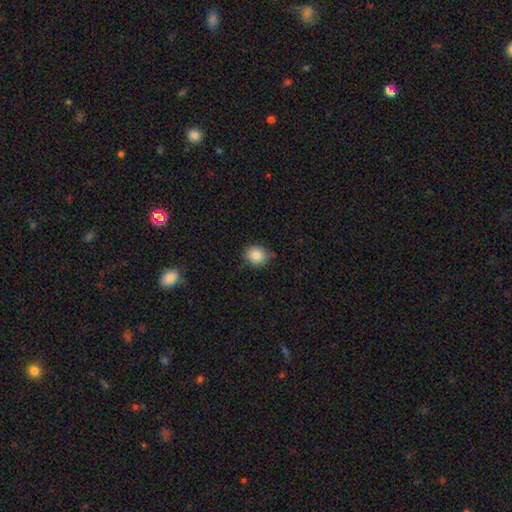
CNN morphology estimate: smooth 85%, star or artifact 9%, featured or disk 6%. Down the decision tree: how rounded — round (75%); merging — none (83%).